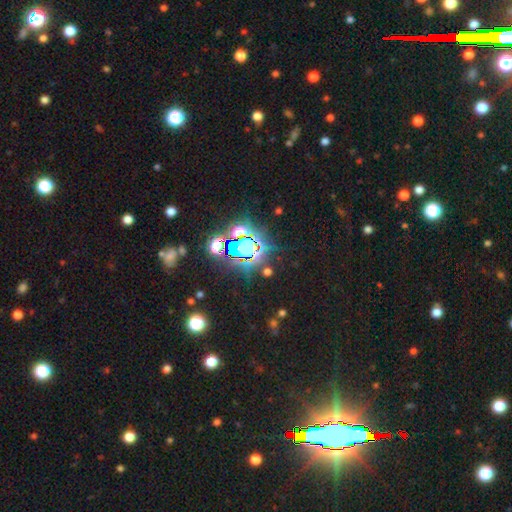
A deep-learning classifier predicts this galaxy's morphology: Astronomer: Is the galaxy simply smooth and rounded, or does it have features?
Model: star or artifact — 78%.